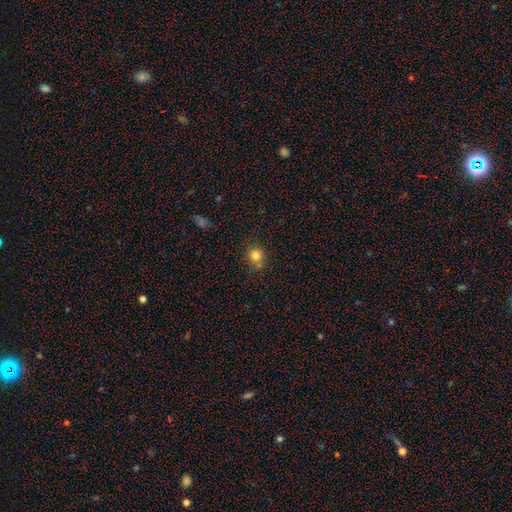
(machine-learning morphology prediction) smooth-or-featured: smooth: 80% | star or artifact: 13% | featured or disk: 8%
  how-rounded: round: 86% | in between: 13% | cigar-shaped: 1%
  merging: none: 68% | minor disturbance: 15% | merger: 14% | major disturbance: 4%